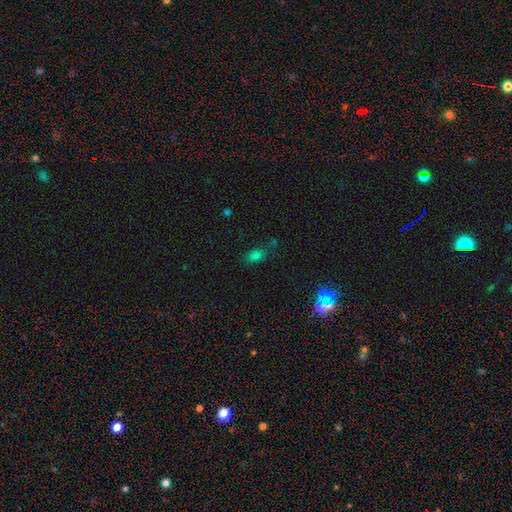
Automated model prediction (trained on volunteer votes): Morphology: type=smooth (70%); roundness=in between (84%); merging=none (66%).